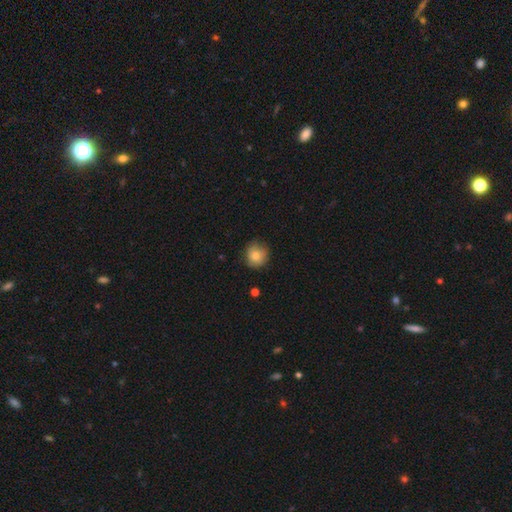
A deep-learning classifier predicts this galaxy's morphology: This appears to be a smooth galaxy with no disk features (82%) that is round (85%). Merging: none (73%).